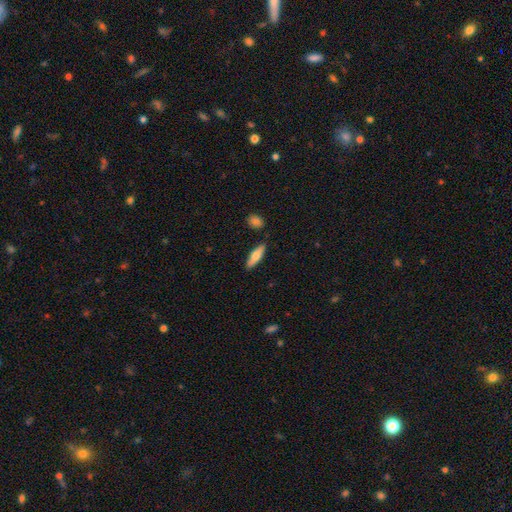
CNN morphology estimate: Q: Smooth or featured?
A: smooth (66%); runner-up: featured or disk (28%)
Q: How rounded?
A: cigar-shaped (56%); runner-up: in between (42%)
Q: Merging?
A: none (85%); runner-up: minor disturbance (10%)